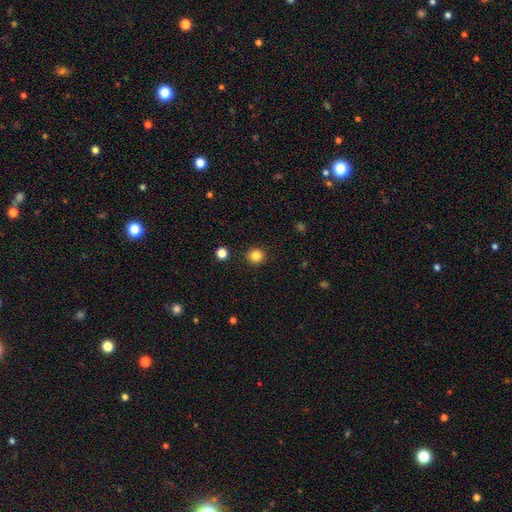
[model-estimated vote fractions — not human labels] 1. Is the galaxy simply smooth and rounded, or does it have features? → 83% smooth, 12% star or artifact, 5% featured or disk.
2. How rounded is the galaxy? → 91% round, 8% in between, 1% cigar-shaped.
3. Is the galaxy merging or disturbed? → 92% none, 5% minor disturbance, 2% major disturbance, 1% merger.